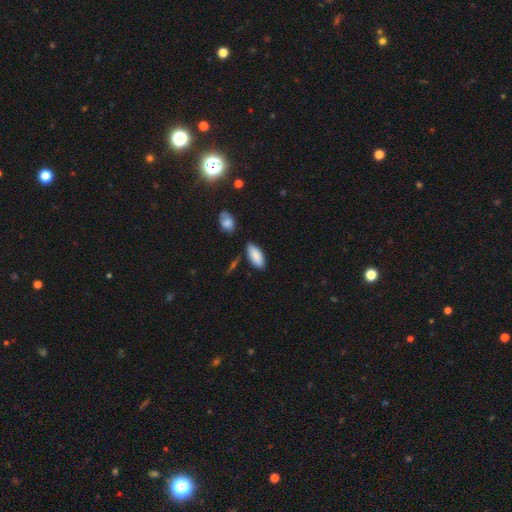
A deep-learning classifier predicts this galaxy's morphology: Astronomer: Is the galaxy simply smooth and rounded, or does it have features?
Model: smooth — 87%.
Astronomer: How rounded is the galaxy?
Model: in between — 89%.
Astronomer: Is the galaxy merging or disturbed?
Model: none — 77%.